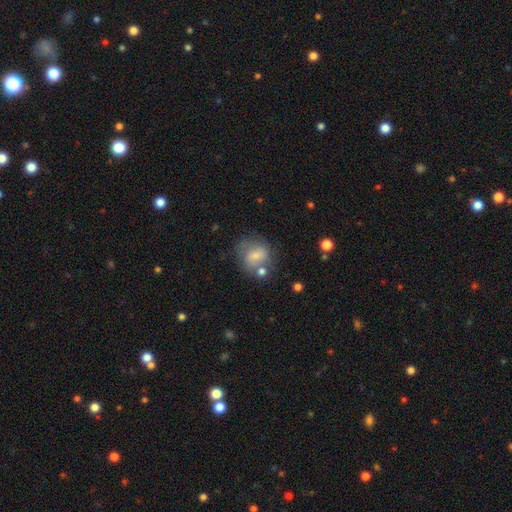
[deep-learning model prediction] Morphology: type=smooth (68%); roundness=round (67%); merging=none (50%).